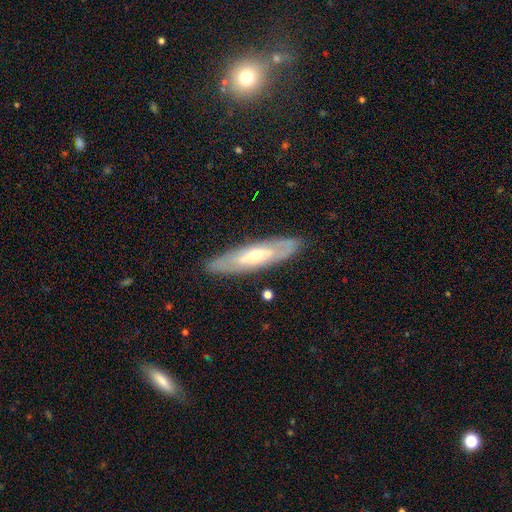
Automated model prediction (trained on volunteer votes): A featured or disk galaxy (63%).

Vote fractions:
- Smooth or featured? featured or disk: 63% / smooth: 32% / star or artifact: 6%
- Edge-on disk? no: 59% / yes: 41%
- Merging? none: 85% / minor disturbance: 10% / major disturbance: 3% / merger: 1%